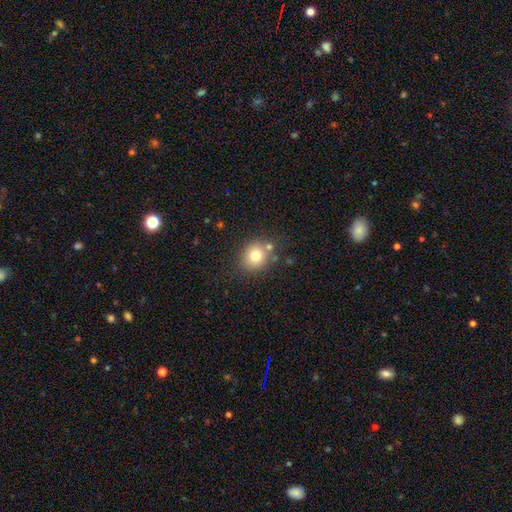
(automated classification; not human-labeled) Q: Smooth or featured?
A: smooth (77%); runner-up: star or artifact (12%)
Q: How rounded?
A: round (77%); runner-up: in between (22%)
Q: Merging?
A: none (72%); runner-up: minor disturbance (12%)